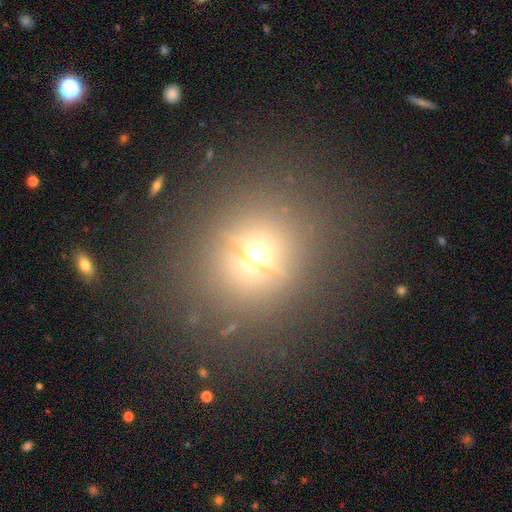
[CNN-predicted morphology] This appears to be a featured or disk galaxy (36%, tied with smooth). Merging: none (82%).